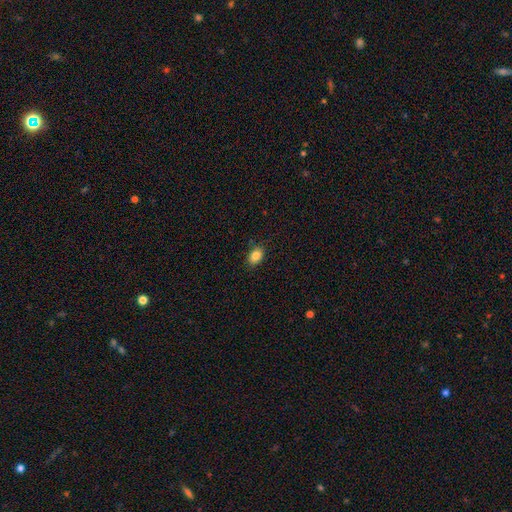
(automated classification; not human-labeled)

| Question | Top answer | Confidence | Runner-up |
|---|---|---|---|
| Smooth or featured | smooth | 85% | star or artifact (9%) |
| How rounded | in between | 79% | round (20%) |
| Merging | none | 85% | minor disturbance (11%) |